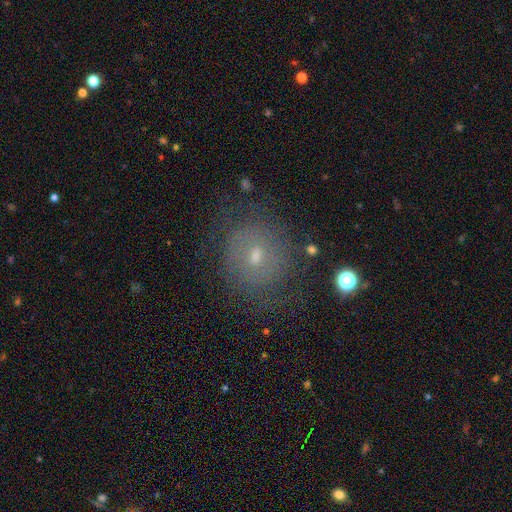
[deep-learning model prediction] Smooth or featured: smooth — 40% (tied with featured or disk — 40%)
Merging: none — 76% (minor disturbance — 15%)